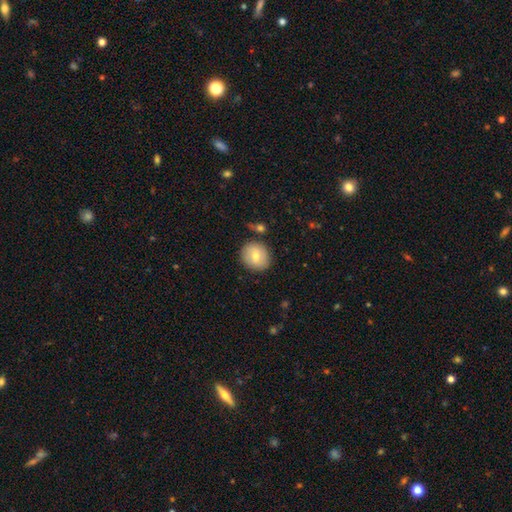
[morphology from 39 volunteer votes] Volunteers were most divided on "how rounded": round: 71%, in between: 25%, cigar-shaped: 4%. More confident: merging — none (81%); smooth or featured — smooth (72%).